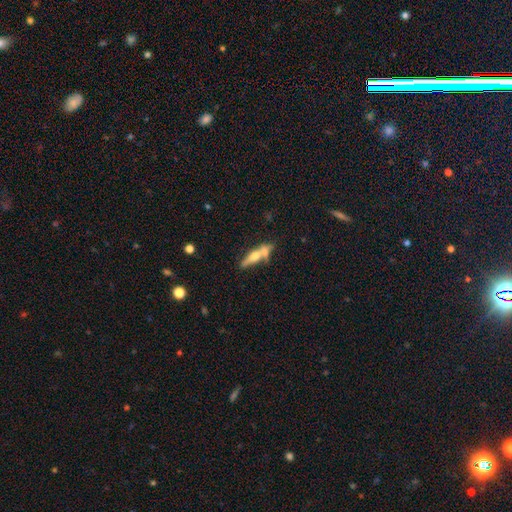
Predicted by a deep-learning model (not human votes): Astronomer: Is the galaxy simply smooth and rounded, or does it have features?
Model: featured or disk — 51% (runner-up: smooth, 42%).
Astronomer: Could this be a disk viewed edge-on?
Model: yes — 85%.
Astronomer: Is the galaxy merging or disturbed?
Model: none — 47% (runner-up: merger, 31%).